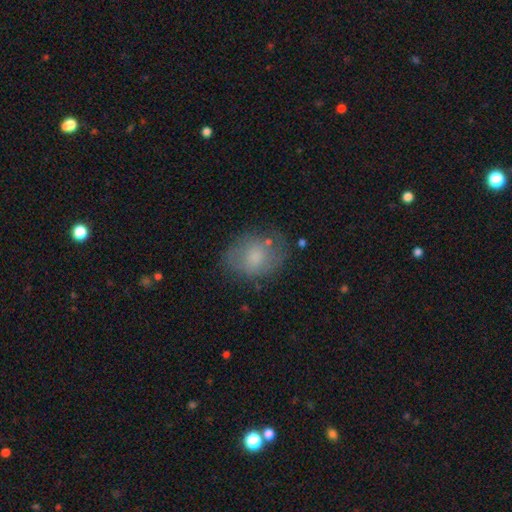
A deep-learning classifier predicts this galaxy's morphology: Smooth or featured? Predicted: smooth (p=0.66). How rounded? Predicted: in between (p=0.59). Merging? Predicted: none (p=0.62).